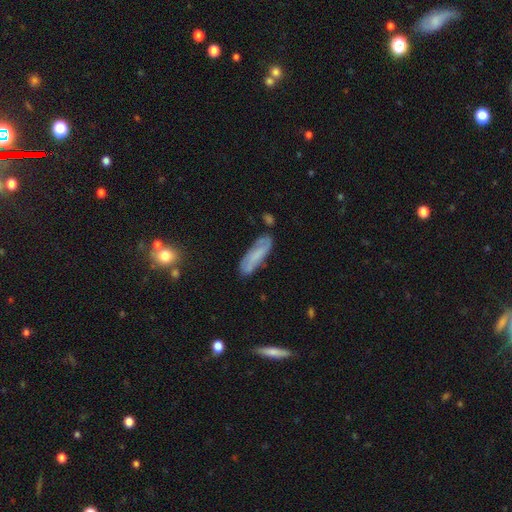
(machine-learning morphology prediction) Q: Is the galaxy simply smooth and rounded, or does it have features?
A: smooth — 48%.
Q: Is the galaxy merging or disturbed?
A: none — 74%.